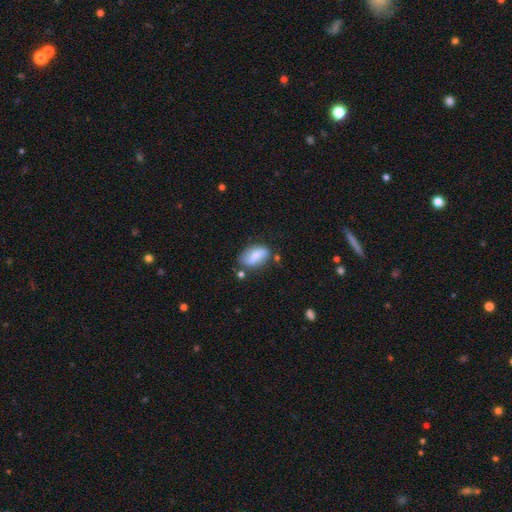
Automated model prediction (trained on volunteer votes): A smooth galaxy with no disk features (54%) that is in between round and cigar-shaped (88%).

Vote fractions:
- Smooth or featured? smooth: 54% / featured or disk: 38% / star or artifact: 7%
- How rounded? in between: 88% / round: 7% / cigar-shaped: 5%
- Merging? none: 70% / minor disturbance: 19% / merger: 6% / major disturbance: 5%